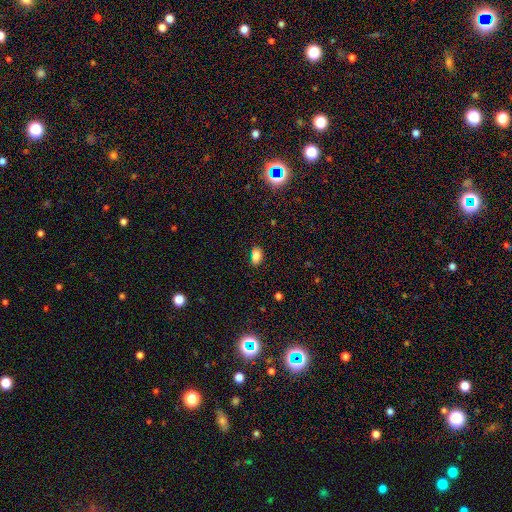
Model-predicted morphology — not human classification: Overall: smooth (82%). How rounded: in between (88%). Merging: none (76%).